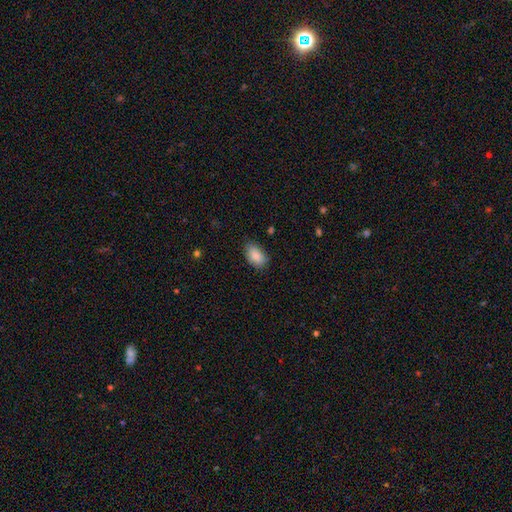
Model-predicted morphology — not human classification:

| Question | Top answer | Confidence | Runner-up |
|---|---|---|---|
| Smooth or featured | smooth | 88% | star or artifact (7%) |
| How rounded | in between | 93% | round (6%) |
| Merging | none | 80% | minor disturbance (16%) |